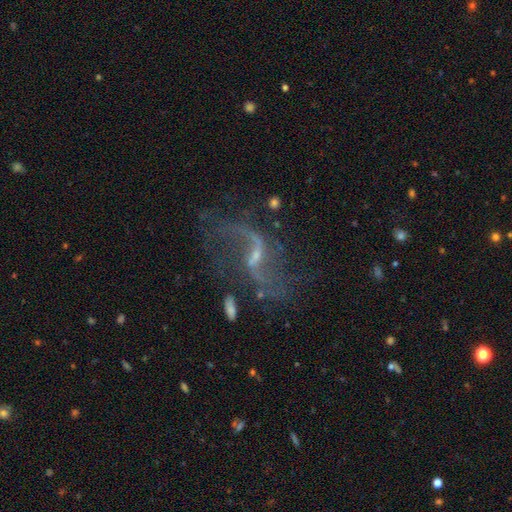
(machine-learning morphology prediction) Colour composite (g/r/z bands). It shows a featured or disk galaxy (88%) with a weak bar (51%), 2 (89%) loose (89%) spiral arms (93%) and a small central bulge (67%). Merging: none (56%).